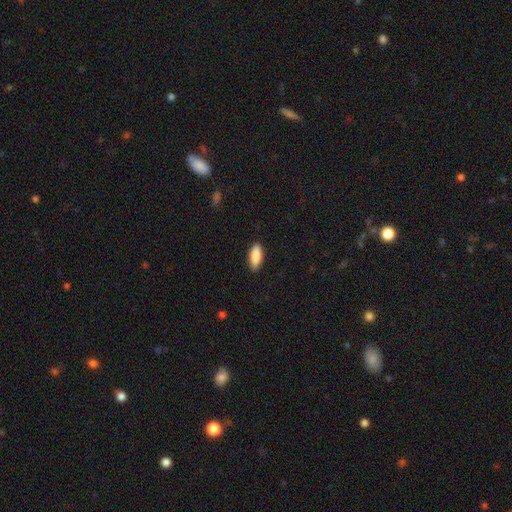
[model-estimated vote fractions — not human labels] This appears to be a smooth galaxy with no disk features (89%) that is in between round and cigar-shaped (82%). Merging: none (87%).